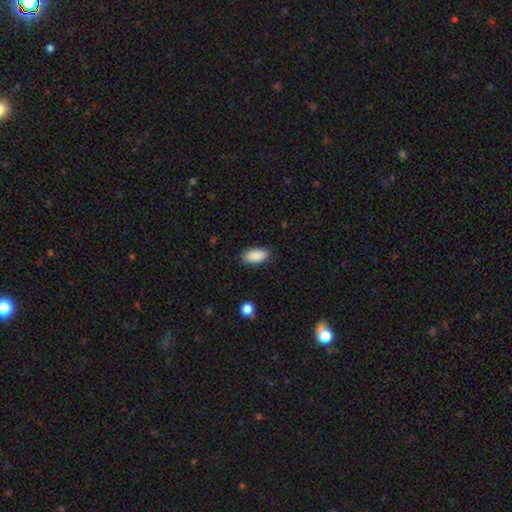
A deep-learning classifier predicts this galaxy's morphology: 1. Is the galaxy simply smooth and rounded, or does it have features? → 89% smooth, 7% star or artifact, 4% featured or disk.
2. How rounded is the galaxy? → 92% in between, 5% cigar-shaped, 3% round.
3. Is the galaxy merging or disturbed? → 86% none, 11% minor disturbance, 3% major disturbance, 1% merger.